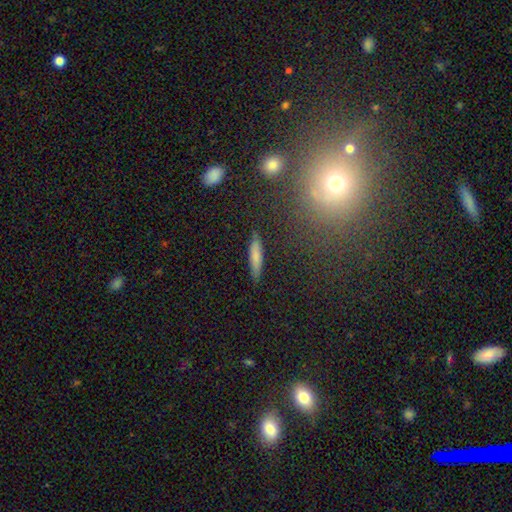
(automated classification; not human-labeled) Overall: smooth (76%). How rounded: cigar-shaped (87%). Merging: none (86%).